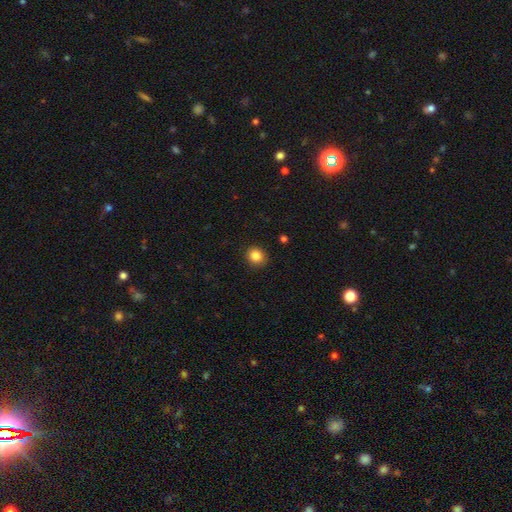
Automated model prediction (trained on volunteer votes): A smooth galaxy with no disk features (84%) that is round (83%). Merging: none (91%).